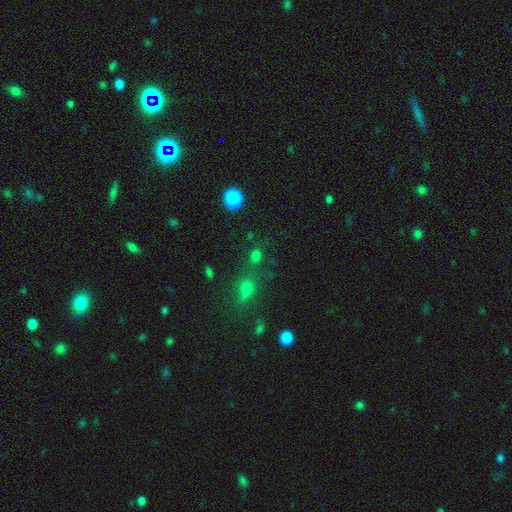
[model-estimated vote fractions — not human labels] The model was most divided on "how rounded": round: 65%, in between: 32%, cigar-shaped: 2%. More confident: smooth or featured — smooth (66%); merging — none (64%).